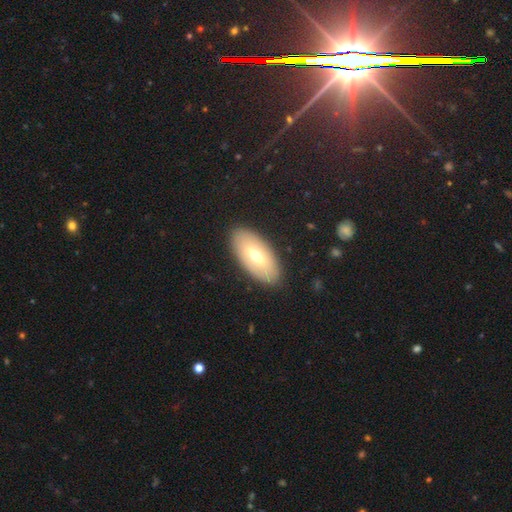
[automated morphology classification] A smooth galaxy with no disk features (52%) that is in between round and cigar-shaped (91%).

Vote fractions:
- Smooth or featured? smooth: 52% / featured or disk: 42% / star or artifact: 6%
- How rounded? in between: 91% / cigar-shaped: 6% / round: 3%
- Merging? none: 88% / minor disturbance: 9% / major disturbance: 2% / merger: 1%